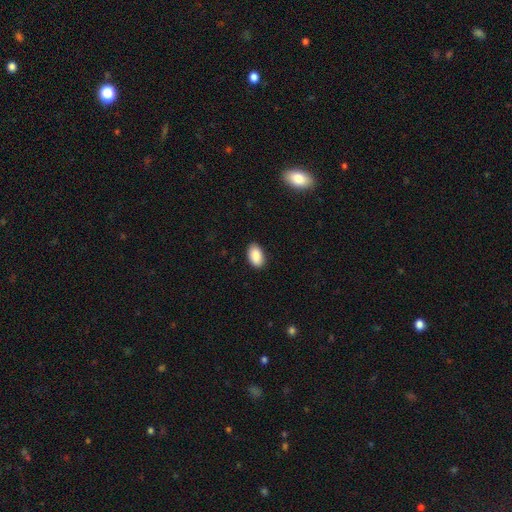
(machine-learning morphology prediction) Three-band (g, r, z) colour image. It shows a smooth galaxy with no disk features (89%) that is in between round and cigar-shaped (94%). Merging: none (88%).